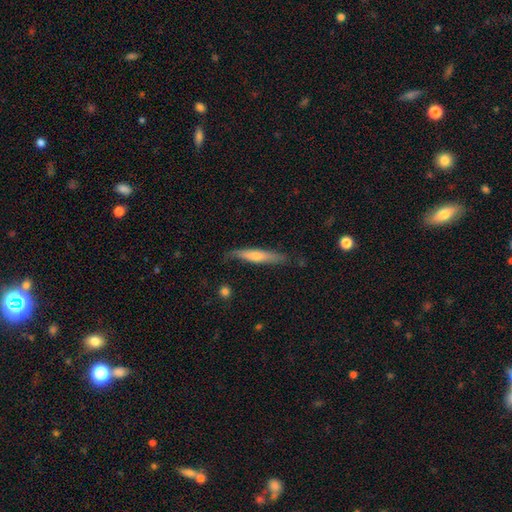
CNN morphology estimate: The model was most divided on "smooth or featured": featured or disk: 54%, smooth: 39%, star or artifact: 7%. More confident: edge-on disk — yes (93%); merging — none (82%); edge-on bulge — rounded (68%).